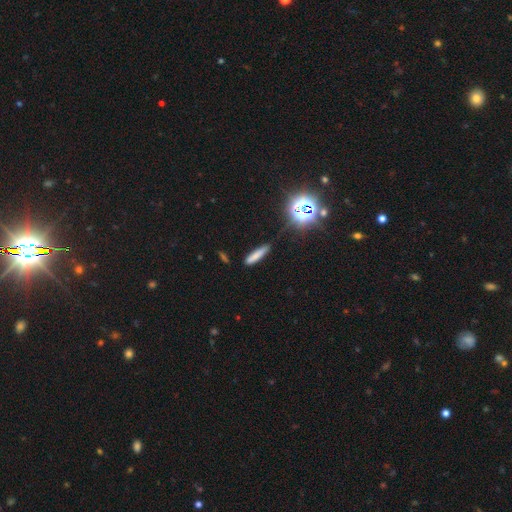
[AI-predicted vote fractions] The model was most divided on "smooth or featured": smooth: 74%, star or artifact: 14%, featured or disk: 12%. More confident: how rounded — cigar-shaped (86%); merging — none (81%).